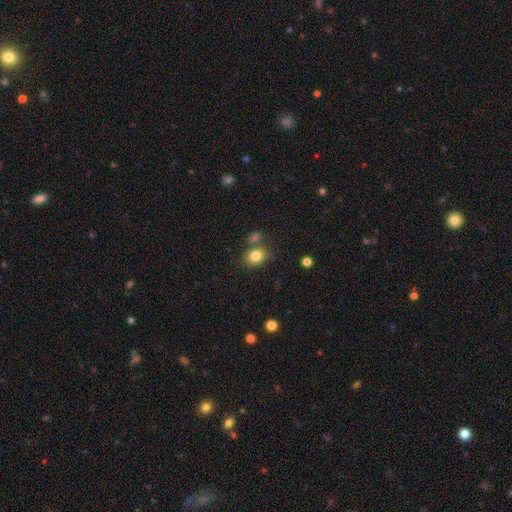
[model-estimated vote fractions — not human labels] A smooth galaxy with no disk features (81%) that is in between round and cigar-shaped (51%). Merging: none (66%).